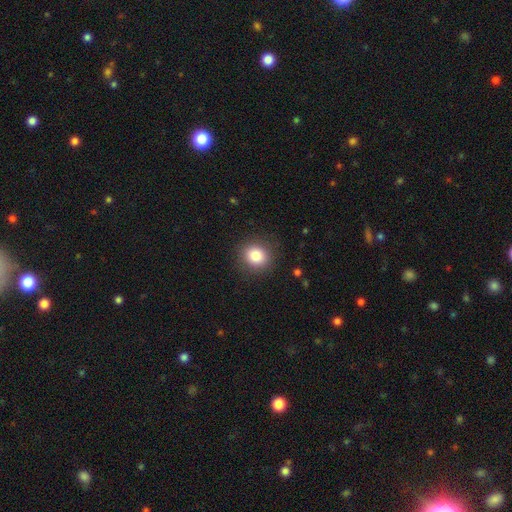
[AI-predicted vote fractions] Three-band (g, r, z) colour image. It shows a smooth galaxy with no disk features (83%) that is round (83%). Merging: none (89%).